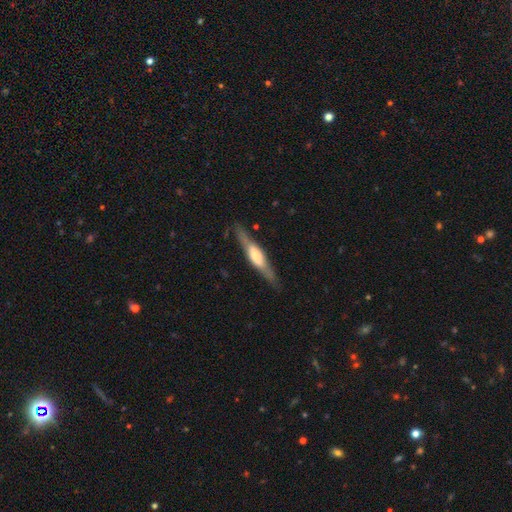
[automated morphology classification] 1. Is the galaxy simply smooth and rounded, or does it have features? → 64% featured or disk, 31% smooth, 5% star or artifact.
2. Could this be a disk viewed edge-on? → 92% yes, 8% no.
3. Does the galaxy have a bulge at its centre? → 64% rounded, 28% boxy, 8% none.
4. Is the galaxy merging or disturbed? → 83% none, 12% minor disturbance, 3% major disturbance, 1% merger.